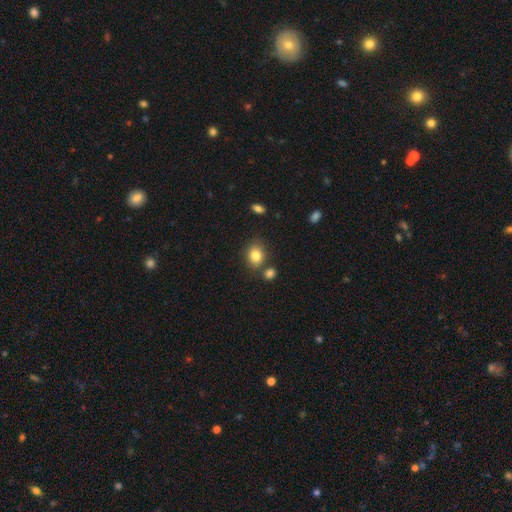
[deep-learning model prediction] Smooth or featured?
  - smooth: 83% *
  - star or artifact: 10%
  - featured or disk: 7%
How rounded?
  - round: 57% *
  - in between: 42%
  - cigar-shaped: 1%
Merging?
  - none: 72% *
  - merger: 13%
  - minor disturbance: 12%
  - major disturbance: 4%